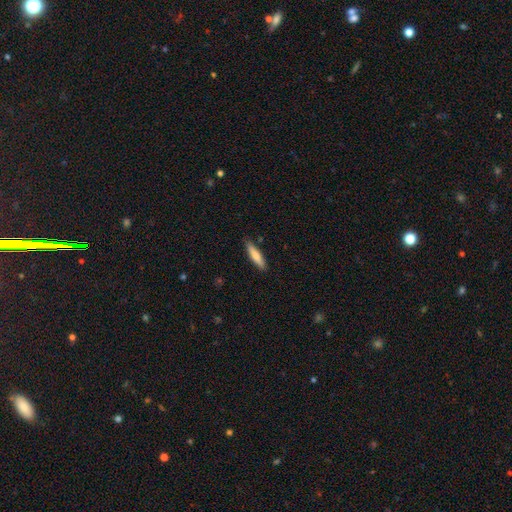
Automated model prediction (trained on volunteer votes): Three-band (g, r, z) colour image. It shows a smooth galaxy with no disk features (72%) that is cigar-shaped (79%). Merging: none (87%).